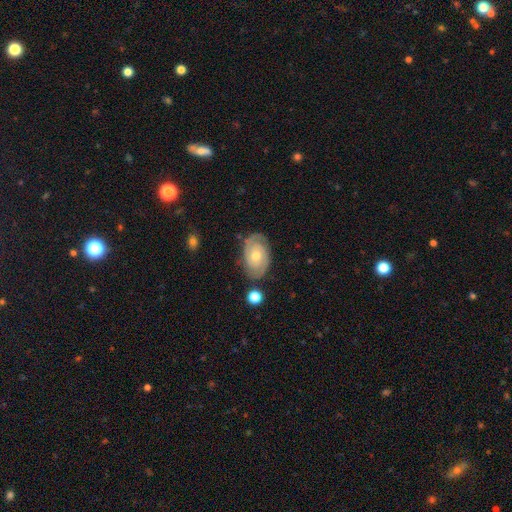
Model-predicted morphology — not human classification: featured or disk 78%, smooth 15%, star or artifact 7%. Down the decision tree: edge-on disk — no (96%); bar — no (74%); spiral arms — yes (92%); spiral arm count — 2 (76%); spiral winding — tight (68%); bulge size — moderate (58%); merging — none (80%).